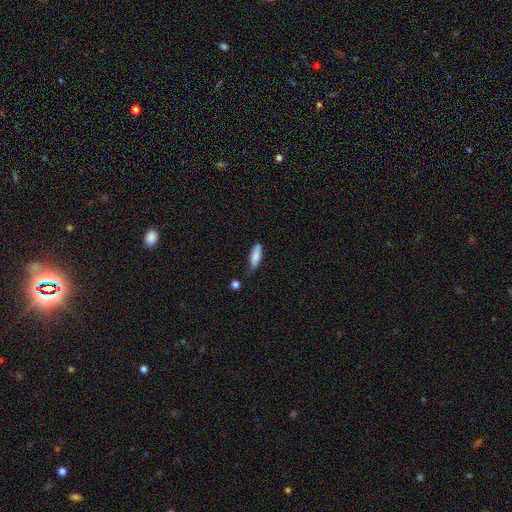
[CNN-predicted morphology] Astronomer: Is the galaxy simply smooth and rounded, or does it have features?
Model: smooth — 82%.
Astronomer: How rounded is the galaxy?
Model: cigar-shaped — 50% (runner-up: in between, 48%).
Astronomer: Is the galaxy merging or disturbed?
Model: none — 51% (runner-up: minor disturbance, 35%).